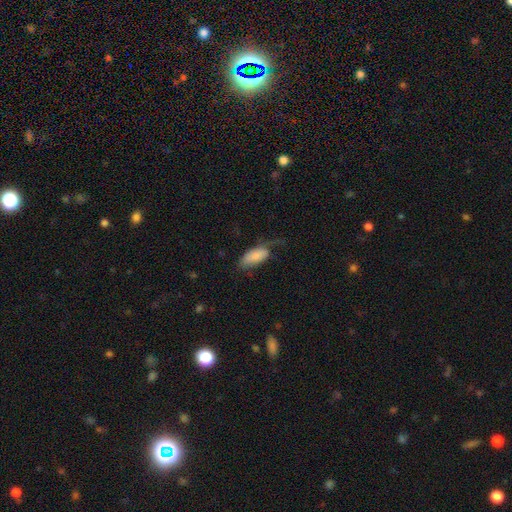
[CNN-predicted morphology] Smooth or featured? Predicted: smooth (p=0.79). How rounded? Predicted: in between (p=0.88). Merging? Predicted: major disturbance (p=0.33).